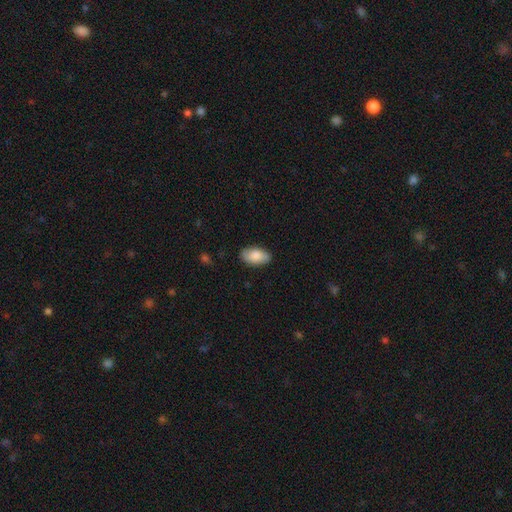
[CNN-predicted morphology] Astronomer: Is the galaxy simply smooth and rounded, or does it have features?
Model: smooth — 83%.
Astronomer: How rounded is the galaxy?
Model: in between — 94%.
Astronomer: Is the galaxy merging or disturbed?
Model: none — 83%.